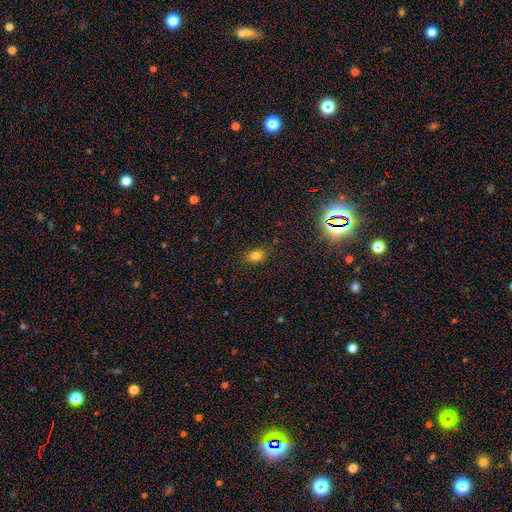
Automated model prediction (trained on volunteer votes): Morphology: type=smooth (77%); roundness=in between (73%); merging=none (84%).